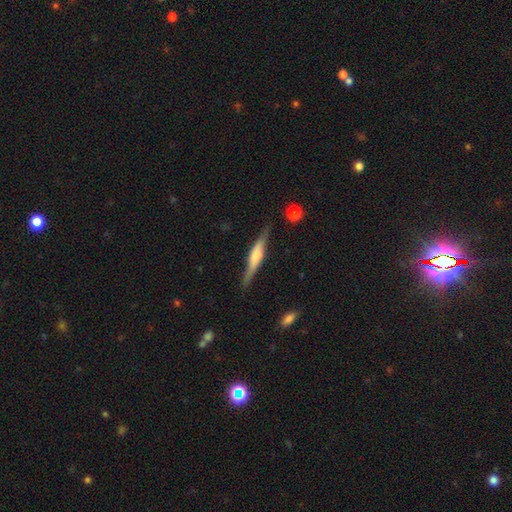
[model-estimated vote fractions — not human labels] smooth-or-featured: featured or disk: 59% | smooth: 34% | star or artifact: 6%
  disk-edge-on: yes: 96% | no: 4%
    edge-on-bulge: rounded: 48% | boxy: 39% | none: 14%
  merging: none: 84% | minor disturbance: 12% | major disturbance: 3% | merger: 2%